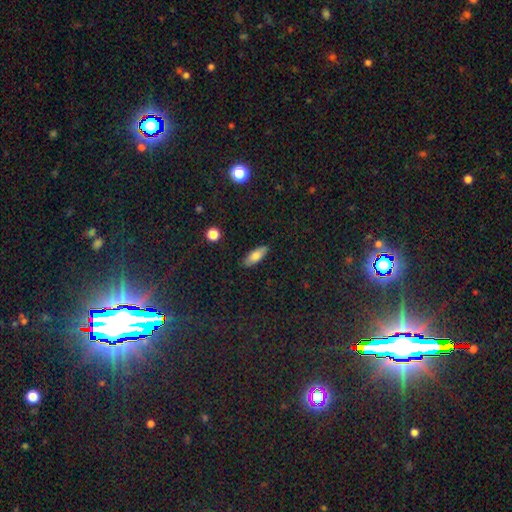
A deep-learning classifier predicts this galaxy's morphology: Q: Smooth or featured?
A: smooth (78%); runner-up: featured or disk (14%)
Q: How rounded?
A: in between (73%); runner-up: cigar-shaped (24%)
Q: Merging?
A: none (88%); runner-up: minor disturbance (9%)